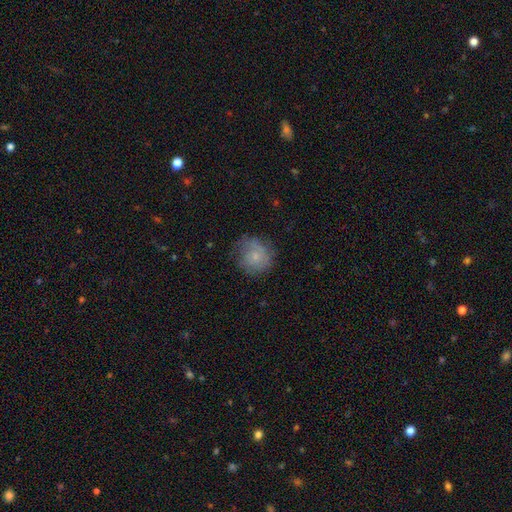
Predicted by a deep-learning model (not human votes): Overall: smooth (73%). How rounded: round (86%). Merging: none (61%; minor disturbance 26%).